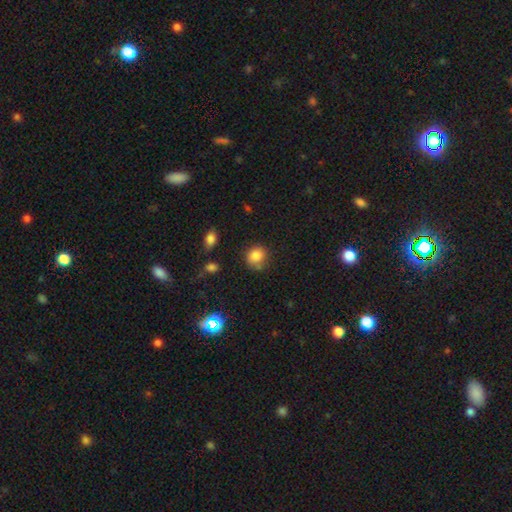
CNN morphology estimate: A smooth galaxy with no disk features (82%) that is round (80%). Merging: none (73%).